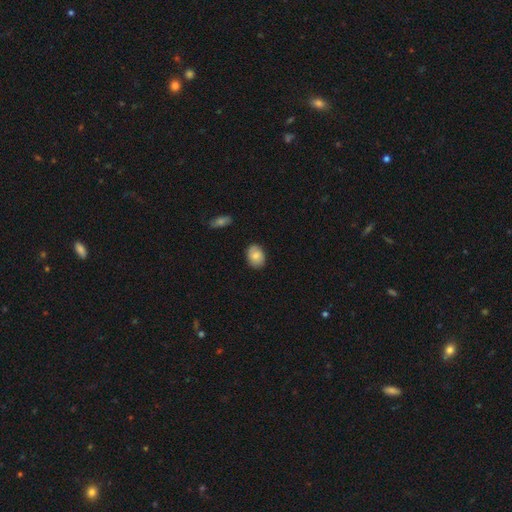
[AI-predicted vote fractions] Q: Smooth or featured?
A: smooth (81%); runner-up: featured or disk (12%)
Q: How rounded?
A: in between (73%); runner-up: round (26%)
Q: Merging?
A: none (86%); runner-up: minor disturbance (11%)